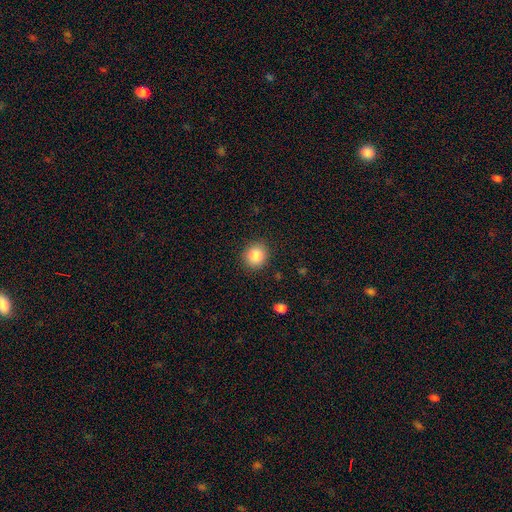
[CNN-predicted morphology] Smooth or featured?
  - smooth: 85% *
  - star or artifact: 9%
  - featured or disk: 5%
How rounded?
  - round: 81% *
  - in between: 18%
  - cigar-shaped: 1%
Merging?
  - none: 89% *
  - minor disturbance: 8%
  - major disturbance: 2%
  - merger: 1%